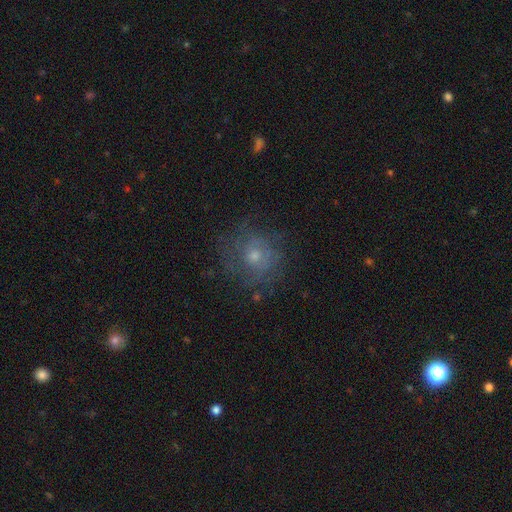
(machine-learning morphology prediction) smooth-or-featured: featured or disk: 47% | smooth: 39% | star or artifact: 14%
  merging: none: 69% | minor disturbance: 17% | major disturbance: 12% | merger: 1%